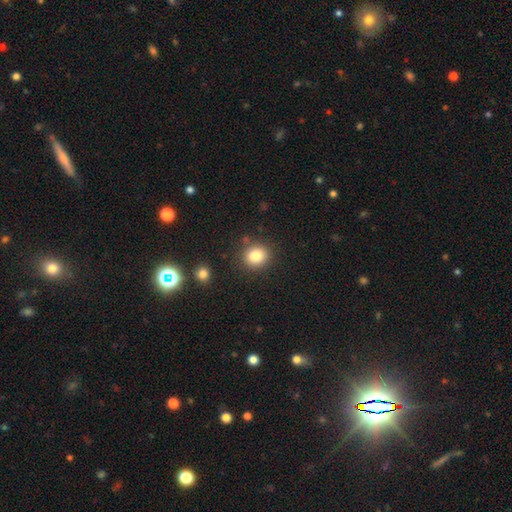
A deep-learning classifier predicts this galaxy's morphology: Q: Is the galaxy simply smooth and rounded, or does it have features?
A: smooth — 83%.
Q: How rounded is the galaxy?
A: round — 78%.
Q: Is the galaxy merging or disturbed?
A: none — 84%.